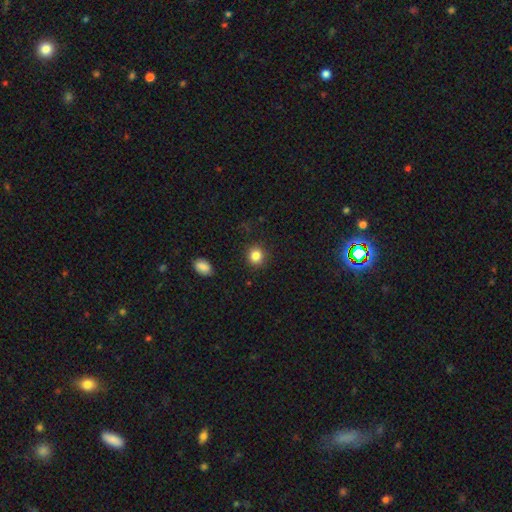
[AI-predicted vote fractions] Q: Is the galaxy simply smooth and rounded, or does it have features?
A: smooth — 85%.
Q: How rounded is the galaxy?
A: round — 86%.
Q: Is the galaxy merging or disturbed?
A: none — 89%.